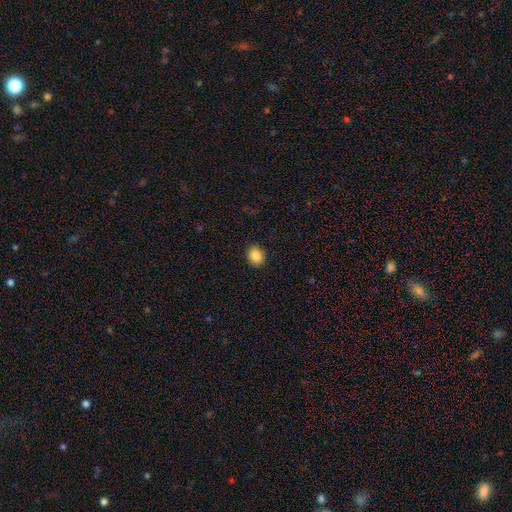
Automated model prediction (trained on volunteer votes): Smooth or featured?
  - smooth: 86% *
  - star or artifact: 9%
  - featured or disk: 5%
How rounded?
  - in between: 53% *
  - round: 46%
  - cigar-shaped: 1%
Merging?
  - none: 91% *
  - minor disturbance: 6%
  - major disturbance: 2%
  - merger: 1%